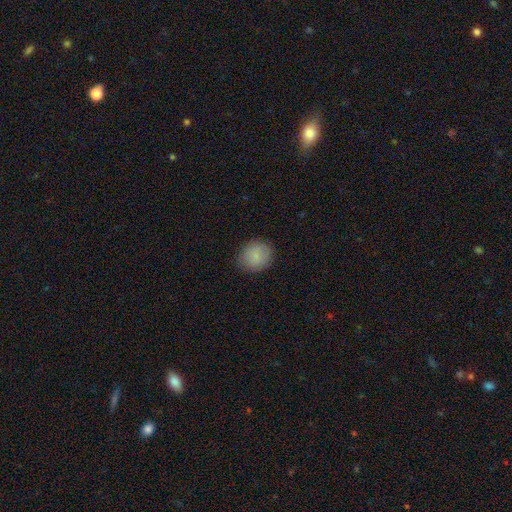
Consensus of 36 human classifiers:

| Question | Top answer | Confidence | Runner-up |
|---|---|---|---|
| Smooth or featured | smooth | 92% | featured or disk (8%) |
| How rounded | round | 64% | in between (36%) |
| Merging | none | 92% | minor disturbance (8%) |